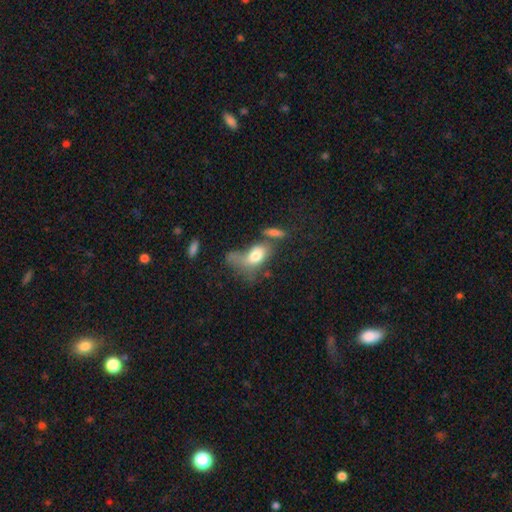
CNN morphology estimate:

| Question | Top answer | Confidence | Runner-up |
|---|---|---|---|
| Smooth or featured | smooth | 70% | featured or disk (21%) |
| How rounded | in between | 84% | round (10%) |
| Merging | major disturbance | 38% | merger (26%) |